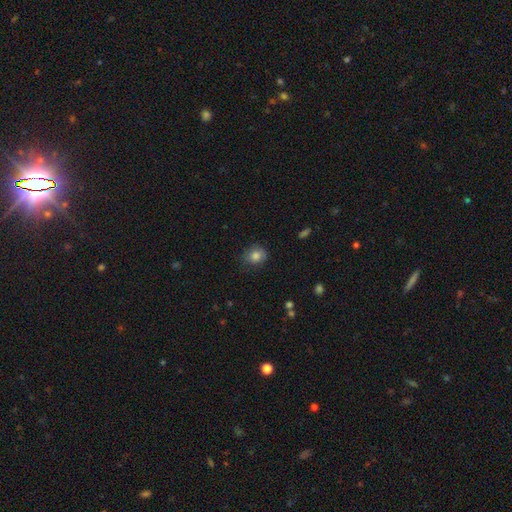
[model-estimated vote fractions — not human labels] Smooth or featured?
  - smooth: 81% *
  - featured or disk: 10%
  - star or artifact: 9%
How rounded?
  - round: 67% *
  - in between: 32%
  - cigar-shaped: 1%
Merging?
  - none: 73% *
  - minor disturbance: 21%
  - major disturbance: 5%
  - merger: 1%